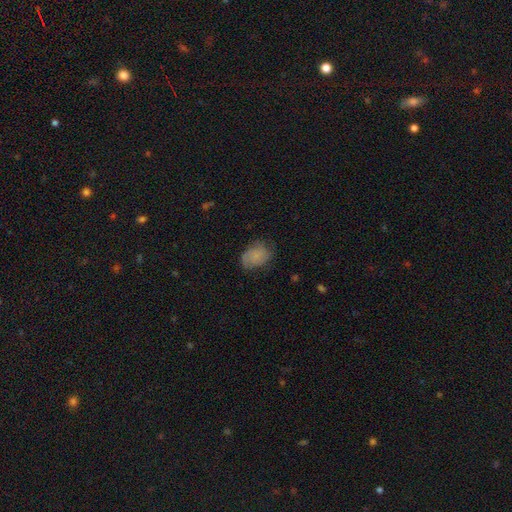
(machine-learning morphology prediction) This appears to be a smooth galaxy with no disk features (65%) that is in between round and cigar-shaped (68%). Merging: none (59%).